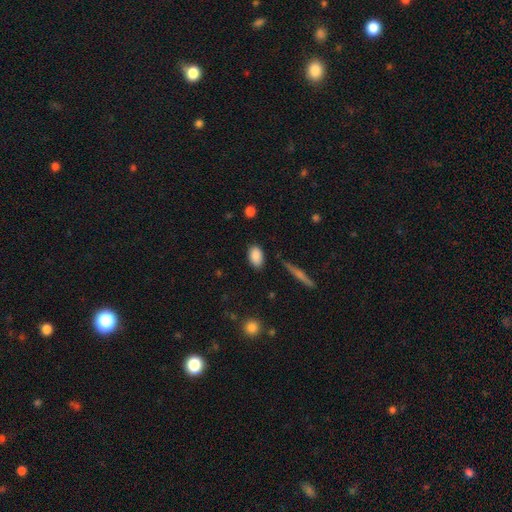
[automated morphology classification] smooth_or_featured: smooth (p=0.87) [alt: star or artifact p=0.07]
how_rounded: in between (p=0.89) [alt: round p=0.08]
merging: none (p=0.84) [alt: minor disturbance p=0.12]